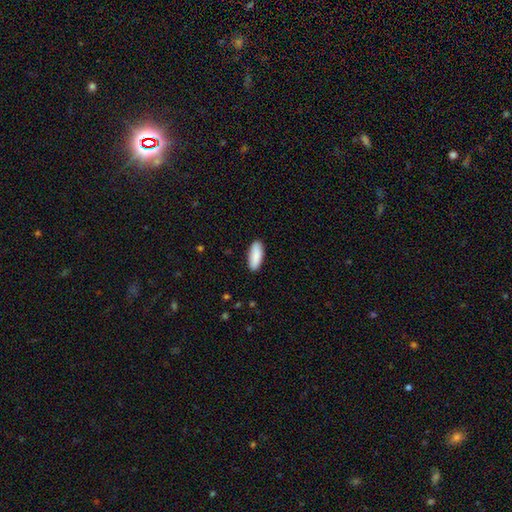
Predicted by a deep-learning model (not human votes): Smooth or featured: smooth — 89% (featured or disk — 6%)
How rounded: in between — 71% (cigar-shaped — 28%)
Merging: none — 89% (minor disturbance — 8%)